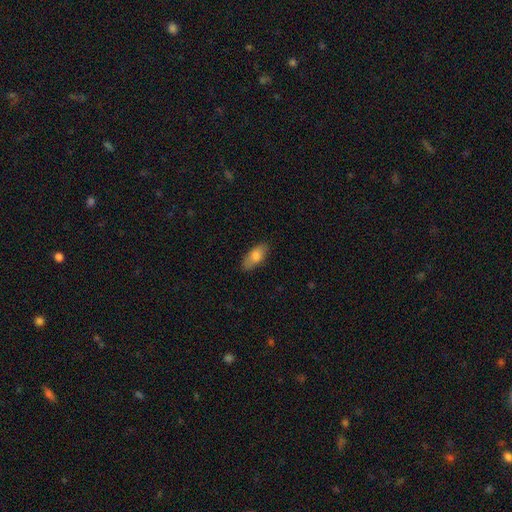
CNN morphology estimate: A smooth galaxy with no disk features (79%) that is in between round and cigar-shaped (84%).

Vote fractions:
- Smooth or featured? smooth: 79% / featured or disk: 15% / star or artifact: 6%
- How rounded? in between: 84% / cigar-shaped: 13% / round: 3%
- Merging? none: 82% / minor disturbance: 14% / major disturbance: 3% / merger: 1%